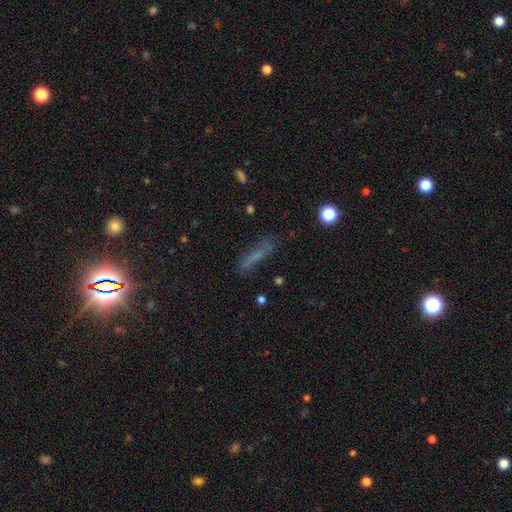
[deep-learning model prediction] The model was most divided on "smooth or featured": smooth: 55%, featured or disk: 28%, star or artifact: 17%. More confident: how rounded — cigar-shaped (77%); merging — none (69%).